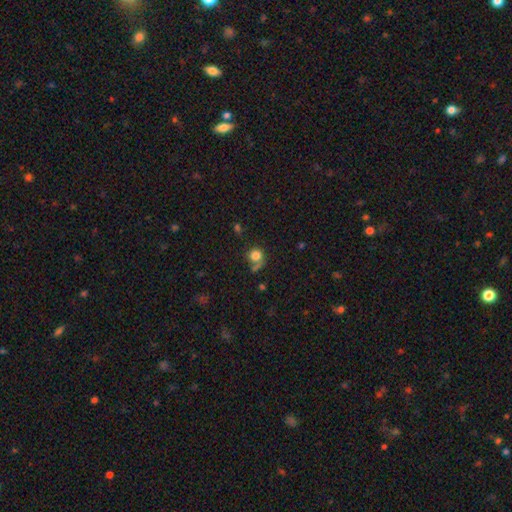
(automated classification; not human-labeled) Smooth or featured? Predicted: smooth (p=0.80). How rounded? Predicted: round (p=0.87). Merging? Predicted: none (p=0.57).